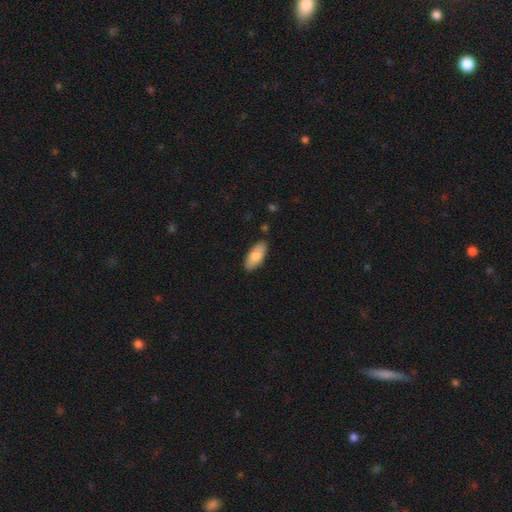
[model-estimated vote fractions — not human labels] Smooth or featured?
  - smooth: 82% *
  - featured or disk: 13%
  - star or artifact: 6%
How rounded?
  - in between: 85% *
  - cigar-shaped: 13%
  - round: 2%
Merging?
  - none: 87% *
  - minor disturbance: 9%
  - major disturbance: 2%
  - merger: 1%